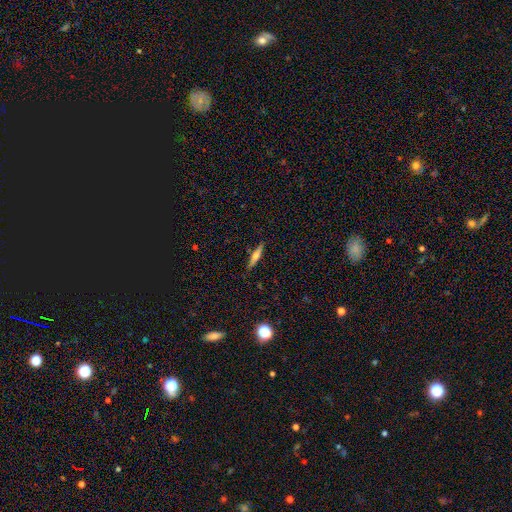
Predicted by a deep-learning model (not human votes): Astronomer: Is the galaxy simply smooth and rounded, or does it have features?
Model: featured or disk — 48% (runner-up: smooth, 44%).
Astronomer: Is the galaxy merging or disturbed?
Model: none — 87%.